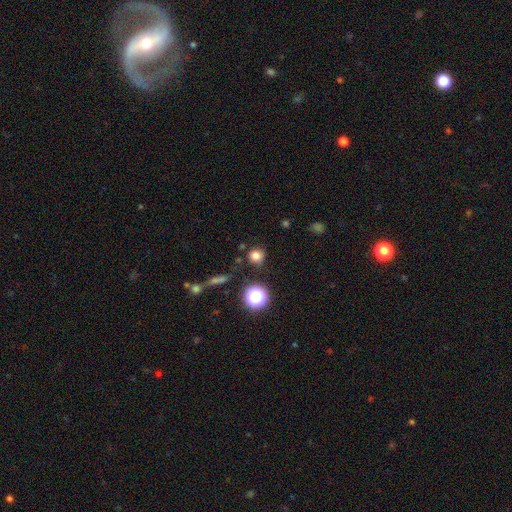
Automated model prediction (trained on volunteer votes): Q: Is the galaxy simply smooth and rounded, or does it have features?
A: smooth — 78%.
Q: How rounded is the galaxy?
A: round — 88%.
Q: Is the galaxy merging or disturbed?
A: none — 85%.